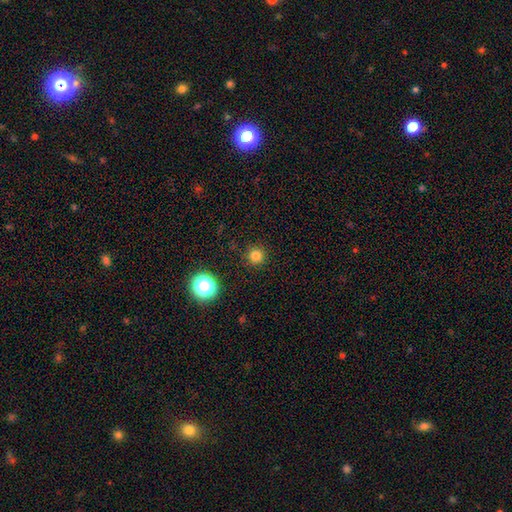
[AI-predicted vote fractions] smooth 80%, star or artifact 15%, featured or disk 4%. Down the decision tree: how rounded — round (95%); merging — none (91%).